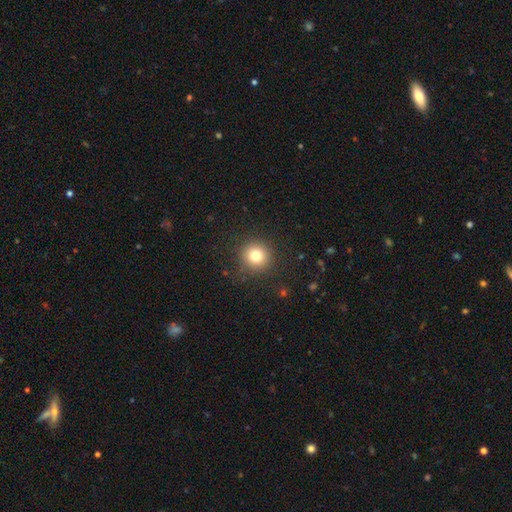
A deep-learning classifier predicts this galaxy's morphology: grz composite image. It shows a smooth galaxy with no disk features (78%) that is round (94%). Merging: none (89%).